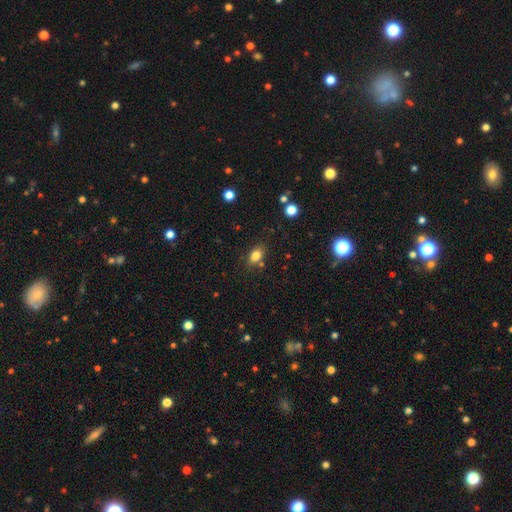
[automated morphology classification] This appears to be a smooth galaxy with no disk features (82%) that is in between round and cigar-shaped (79%). Merging: none (79%).